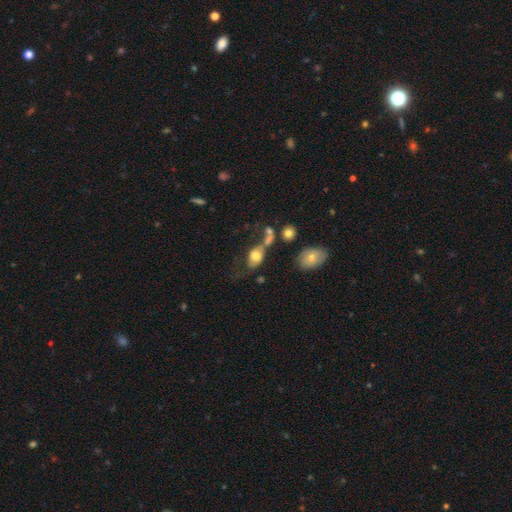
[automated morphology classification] type=smooth (72%); roundness=in between (81%); merging=none (28%, tied with major disturbance).